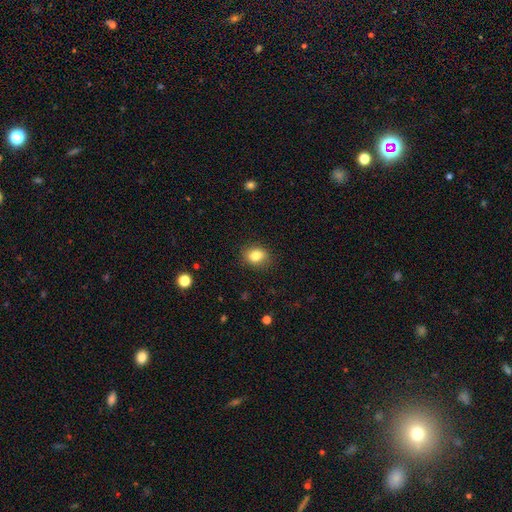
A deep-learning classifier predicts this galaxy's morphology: A smooth galaxy with no disk features (83%) that is in between round and cigar-shaped (57%).

Vote fractions:
- Smooth or featured? smooth: 83% / star or artifact: 10% / featured or disk: 7%
- How rounded? in between: 57% / round: 42% / cigar-shaped: 1%
- Merging? none: 86% / minor disturbance: 10% / major disturbance: 3% / merger: 1%